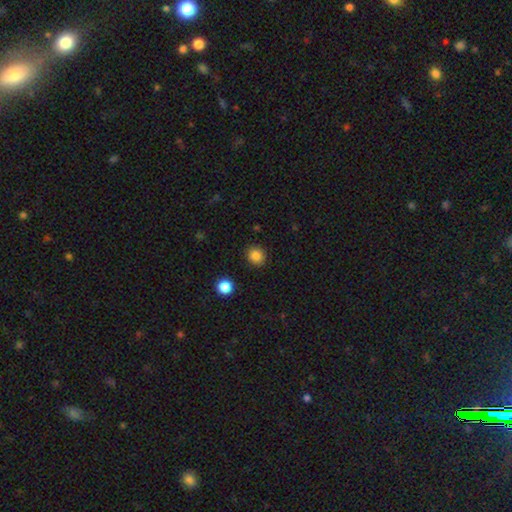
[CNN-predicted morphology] Smooth or featured: smooth — 84% (star or artifact — 11%)
How rounded: round — 88% (in between — 11%)
Merging: none — 91% (minor disturbance — 6%)